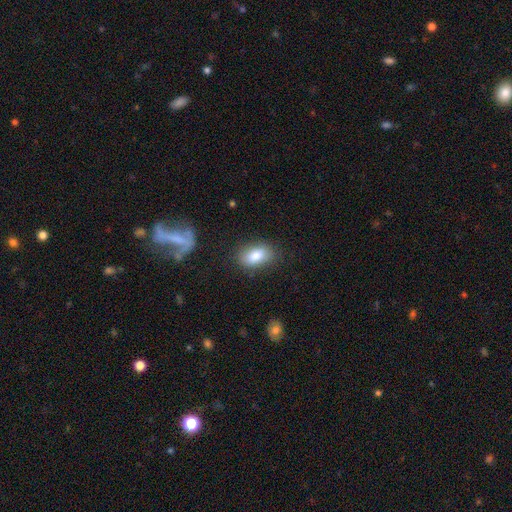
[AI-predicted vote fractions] Overall: smooth (83%). How rounded: in between (90%). Merging: none (79%).